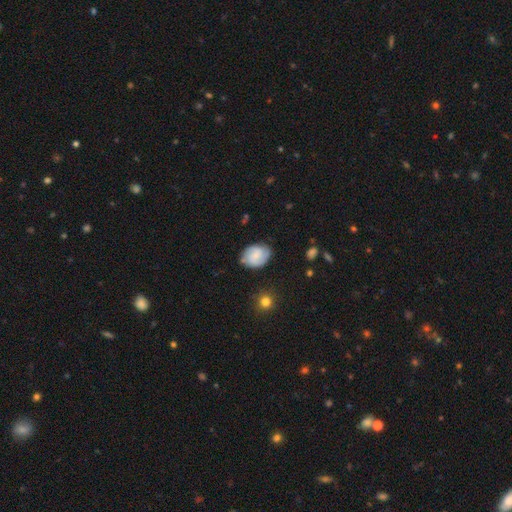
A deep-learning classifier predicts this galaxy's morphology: smooth_or_featured: featured or disk (p=0.53) [alt: smooth p=0.39]
disk_edge_on: no (p=0.97) [alt: yes p=0.03]
bar: no (p=0.48) [alt: weak p=0.44]
has_spiral_arms: yes (p=0.91) [alt: no p=0.09]
bulge_size: small (p=0.48) [alt: none p=0.26]
merging: none (p=0.76) [alt: minor disturbance p=0.18]